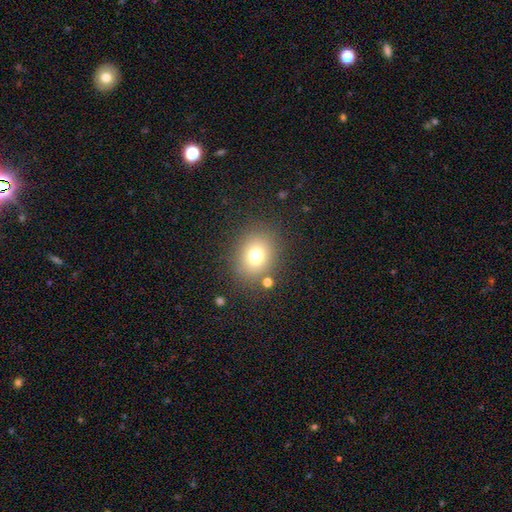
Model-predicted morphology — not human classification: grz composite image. It shows a smooth galaxy with no disk features (74%) that is round (62%). Merging: none (81%).